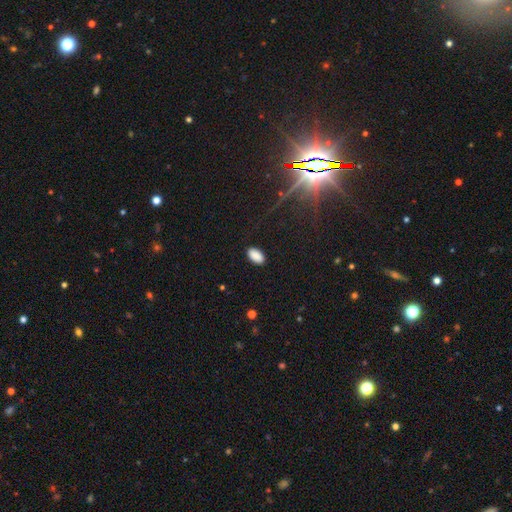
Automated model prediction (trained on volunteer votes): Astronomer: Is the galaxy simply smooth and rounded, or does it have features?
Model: smooth — 88%.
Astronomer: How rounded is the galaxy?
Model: in between — 94%.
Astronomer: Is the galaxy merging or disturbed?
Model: none — 87%.